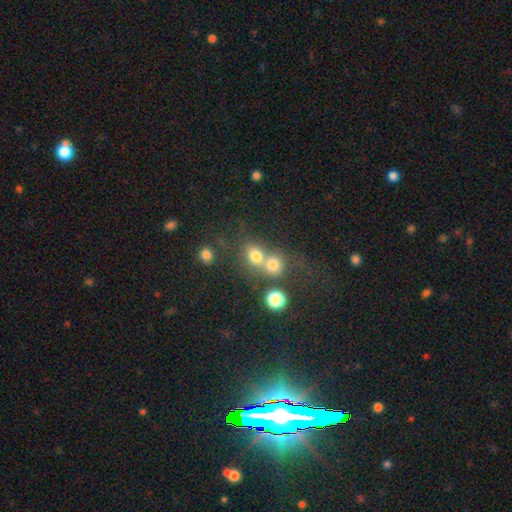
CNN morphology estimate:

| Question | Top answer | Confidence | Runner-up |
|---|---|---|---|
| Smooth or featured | smooth | 73% | star or artifact (15%) |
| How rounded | round | 69% | in between (29%) |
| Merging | merger | 52% | none (35%) |